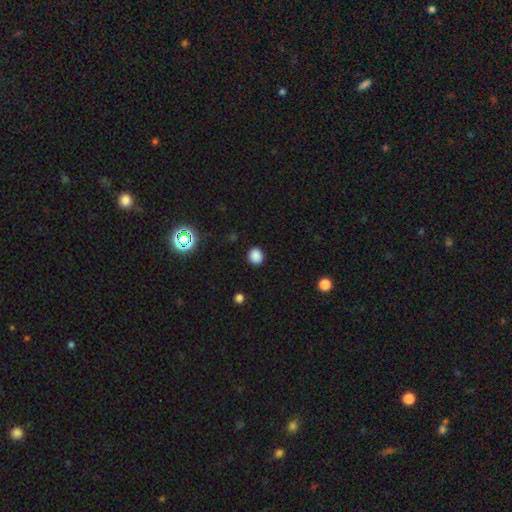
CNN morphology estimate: This appears to be a smooth galaxy with no disk features (85%) that is round (80%). Merging: none (90%).